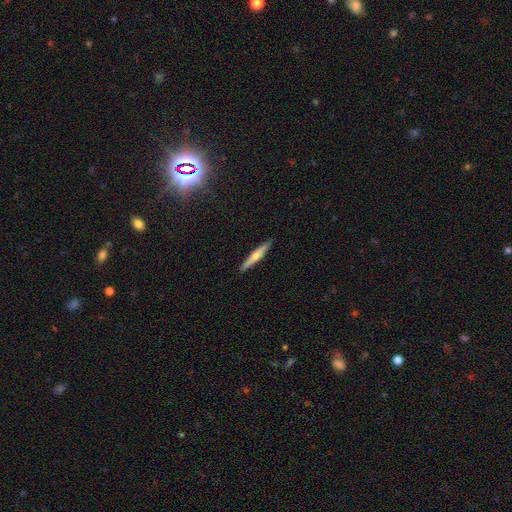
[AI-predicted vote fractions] The model was most divided on "smooth or featured": smooth: 49%, featured or disk: 46%, star or artifact: 6%. More confident: merging — none (91%).